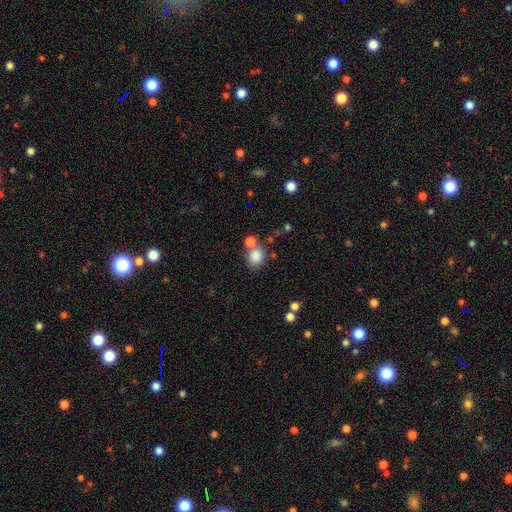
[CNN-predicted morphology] Smooth or featured?
  - smooth: 83% *
  - star or artifact: 11%
  - featured or disk: 6%
How rounded?
  - round: 67% *
  - in between: 32%
  - cigar-shaped: 1%
Merging?
  - none: 58% *
  - merger: 26%
  - minor disturbance: 12%
  - major disturbance: 5%